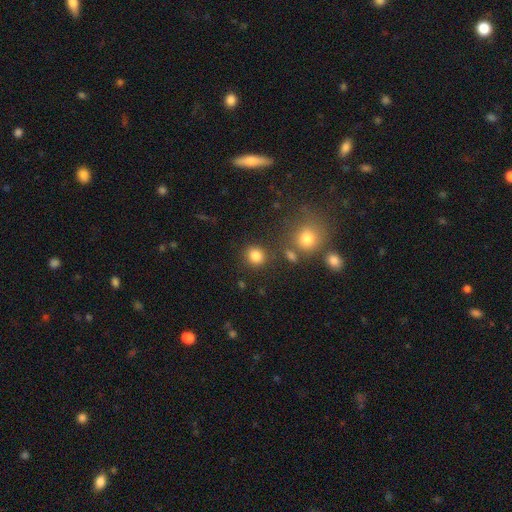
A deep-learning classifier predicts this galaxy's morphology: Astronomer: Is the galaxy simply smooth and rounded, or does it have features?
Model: smooth — 83%.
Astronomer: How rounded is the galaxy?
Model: round — 84%.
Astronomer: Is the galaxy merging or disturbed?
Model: none — 82%.